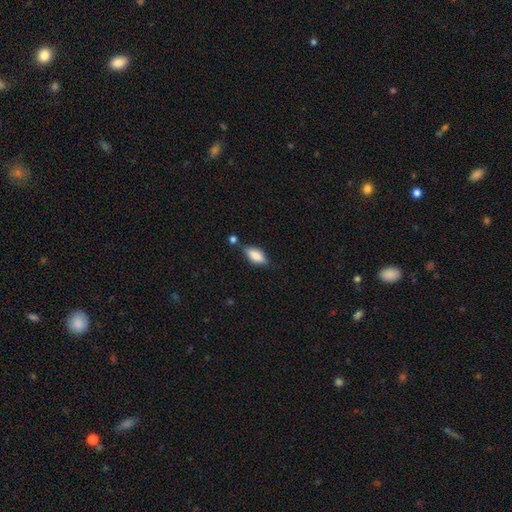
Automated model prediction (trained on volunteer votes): The model was most divided on "merging": none: 58%, minor disturbance: 23%, merger: 12%, major disturbance: 7%. More confident: how rounded — in between (80%); smooth or featured — smooth (72%).